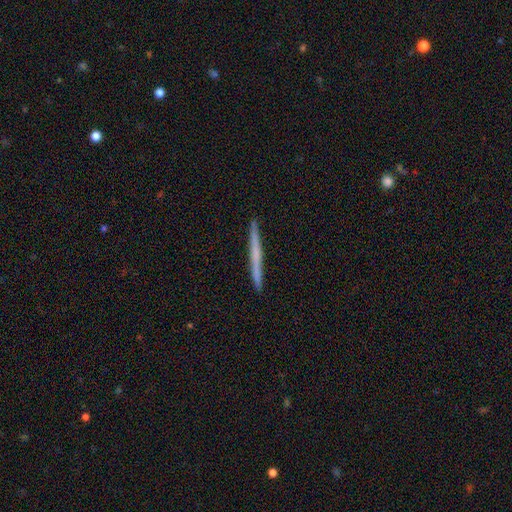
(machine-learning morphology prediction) The model was most divided on "smooth or featured": featured or disk: 49%, smooth: 45%, star or artifact: 6%. More confident: merging — none (93%).